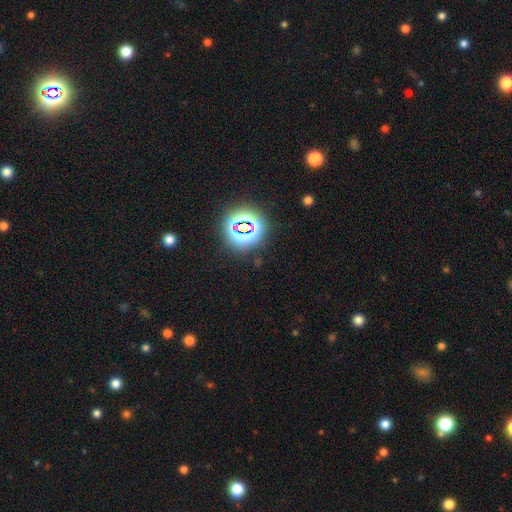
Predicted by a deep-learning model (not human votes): Smooth or featured?
  - star or artifact: 80% *
  - smooth: 13%
  - featured or disk: 7%